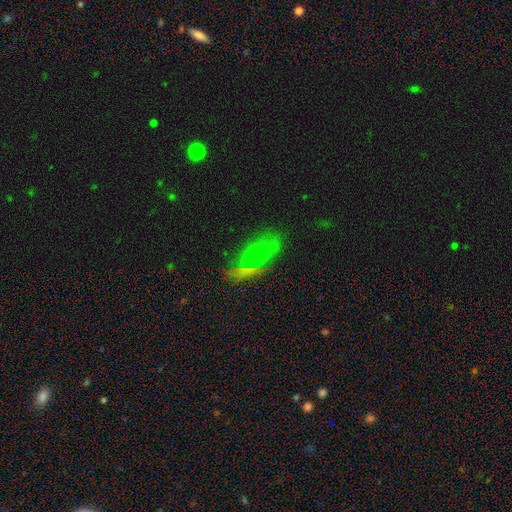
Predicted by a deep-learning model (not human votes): A smooth galaxy with no disk features (49%).

Vote fractions:
- Smooth or featured? smooth: 49% / featured or disk: 26% / star or artifact: 25%
- Merging? none: 60% / minor disturbance: 21% / major disturbance: 11% / merger: 8%